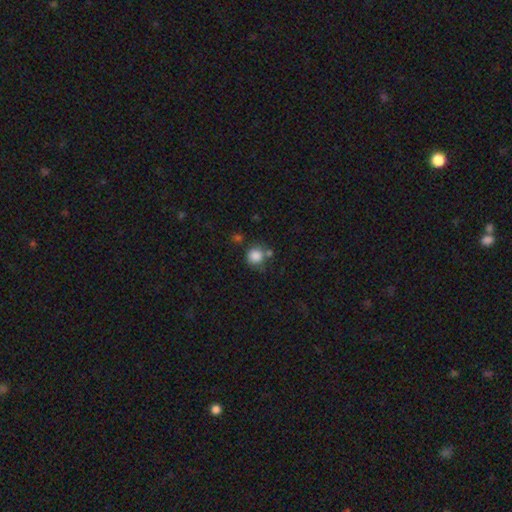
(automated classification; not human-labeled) smooth_or_featured: smooth (p=0.85) [alt: star or artifact p=0.10]
how_rounded: round (p=0.91) [alt: in between p=0.08]
merging: none (p=0.67) [alt: merger p=0.14]